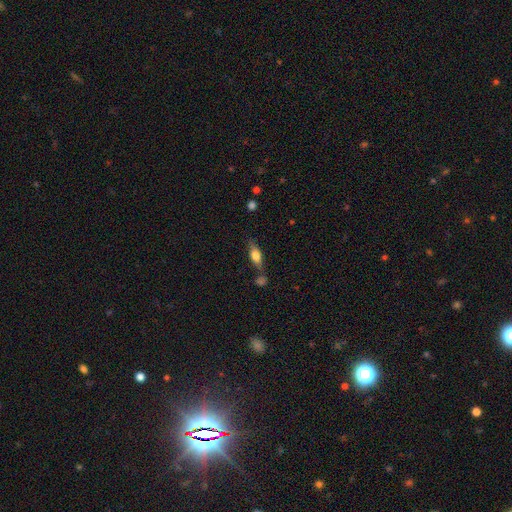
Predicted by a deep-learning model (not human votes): Smooth or featured: smooth — 60% (featured or disk — 32%)
How rounded: in between — 65% (cigar-shaped — 30%)
Merging: none — 64% (minor disturbance — 18%)